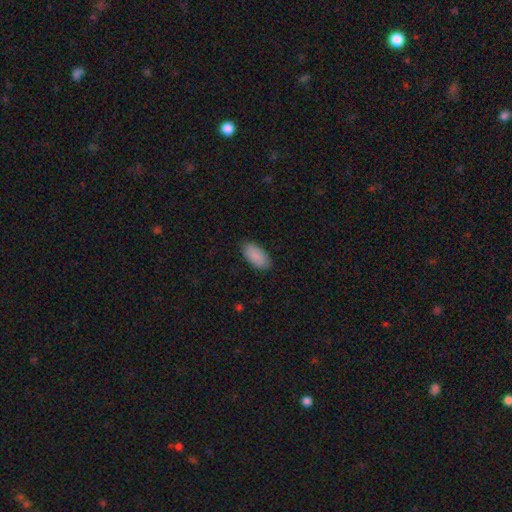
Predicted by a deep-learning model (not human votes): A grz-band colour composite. It shows a smooth galaxy with no disk features (89%) that is in between round and cigar-shaped (94%). Merging: none (86%).